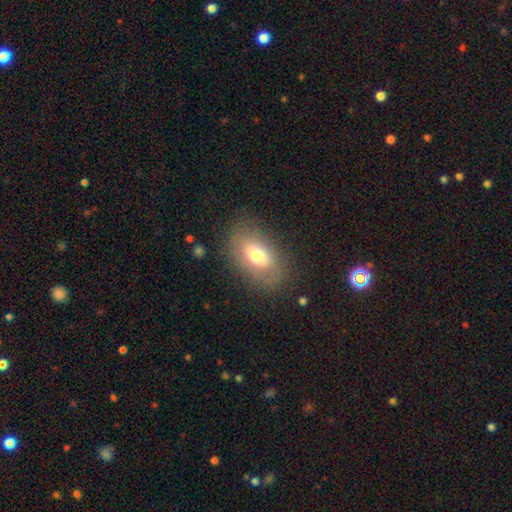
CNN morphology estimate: This appears to be a smooth galaxy with no disk features (67%) that is in between round and cigar-shaped (88%). Merging: none (78%).